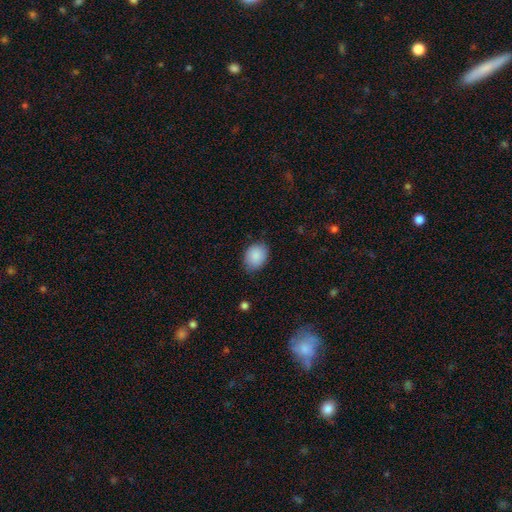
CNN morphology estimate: Overall: smooth (88%). How rounded: in between (56%; round 44%). Merging: none (78%).